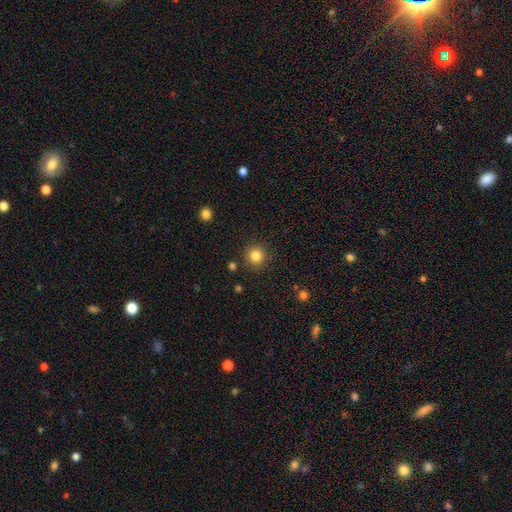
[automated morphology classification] A smooth galaxy with no disk features (84%) that is round (94%). Merging: none (89%).